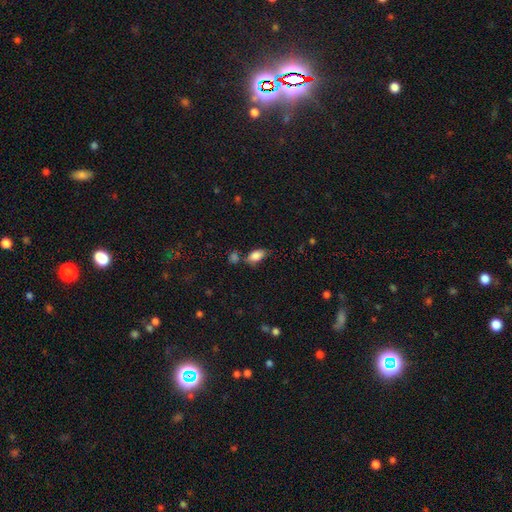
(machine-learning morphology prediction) Smooth or featured?
  - smooth: 85% *
  - star or artifact: 9%
  - featured or disk: 6%
How rounded?
  - in between: 91% *
  - cigar-shaped: 5%
  - round: 5%
Merging?
  - none: 61% *
  - minor disturbance: 21%
  - merger: 13%
  - major disturbance: 6%